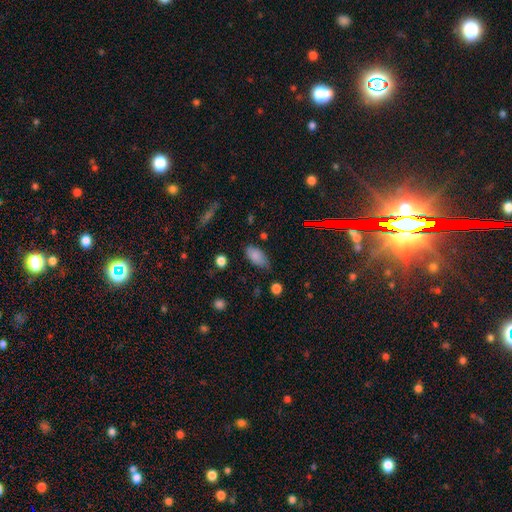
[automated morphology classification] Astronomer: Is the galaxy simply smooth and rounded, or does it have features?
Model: smooth — 84%.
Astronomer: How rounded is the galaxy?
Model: in between — 92%.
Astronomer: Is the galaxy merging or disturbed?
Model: none — 66%.